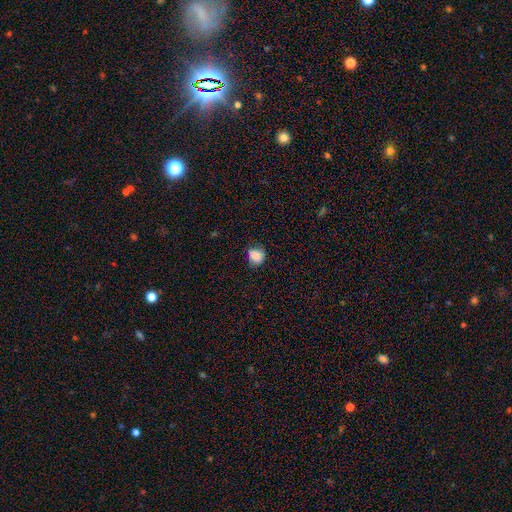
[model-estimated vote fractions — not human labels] smooth 85%, star or artifact 9%, featured or disk 6%. Down the decision tree: how rounded — round (71%); merging — none (72%).